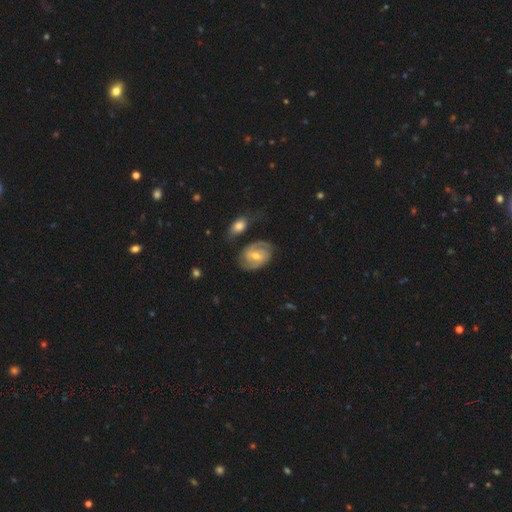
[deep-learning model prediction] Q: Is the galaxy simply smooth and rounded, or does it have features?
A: featured or disk — 79%.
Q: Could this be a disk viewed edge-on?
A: no — 97%.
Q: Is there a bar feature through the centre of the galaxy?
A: weak — 49%.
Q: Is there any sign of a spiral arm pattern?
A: yes — 93%.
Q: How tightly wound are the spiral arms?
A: tight — 51%.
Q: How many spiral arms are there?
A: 2 — 78%.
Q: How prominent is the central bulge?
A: moderate — 59%.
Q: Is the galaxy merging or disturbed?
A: none — 68%.